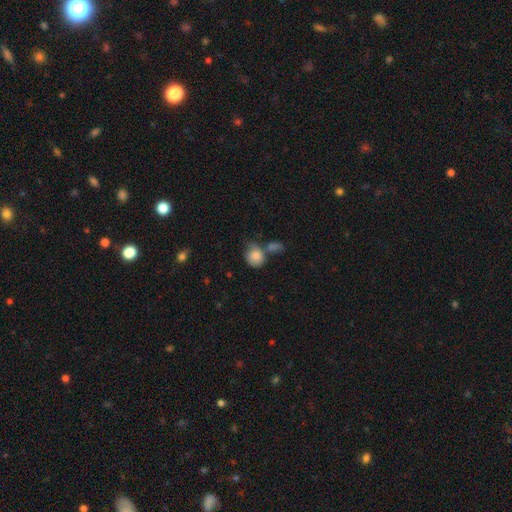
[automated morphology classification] This appears to be a smooth galaxy with no disk features (83%) that is round (65%). Merging: none (39%).